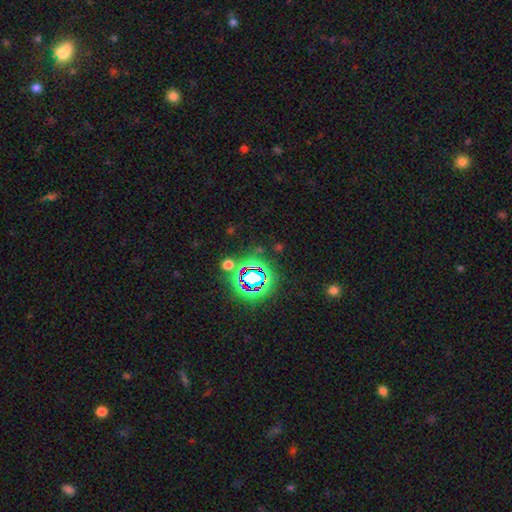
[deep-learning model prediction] Overall: star or artifact (76%).